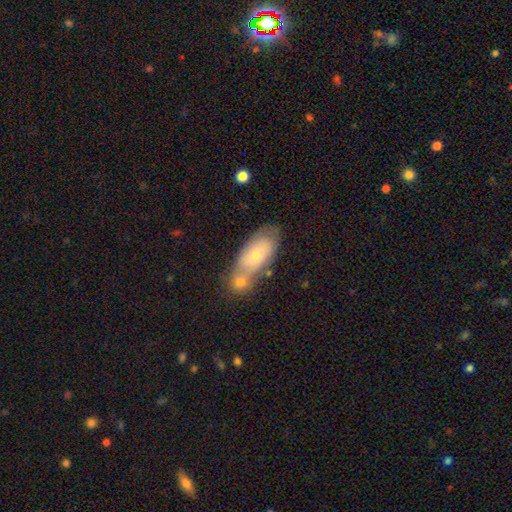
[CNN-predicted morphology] A smooth galaxy with no disk features (65%) that is in between round and cigar-shaped (84%).

Vote fractions:
- Smooth or featured? smooth: 65% / featured or disk: 28% / star or artifact: 7%
- How rounded? in between: 84% / cigar-shaped: 11% / round: 4%
- Merging? merger: 42% / none: 37% / minor disturbance: 15% / major disturbance: 5%